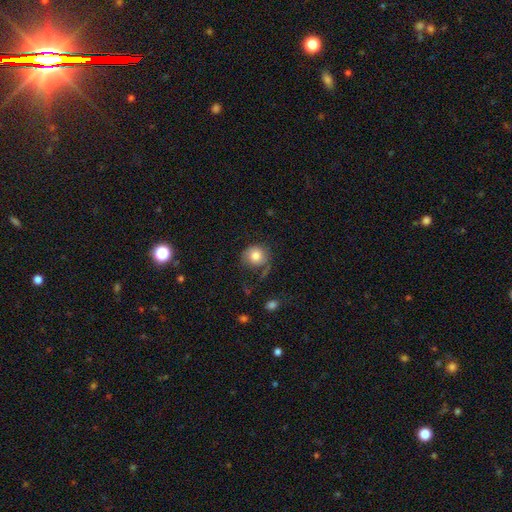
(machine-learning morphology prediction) Overall: smooth (78%). How rounded: round (83%). Merging: none (57%; minor disturbance 24%).